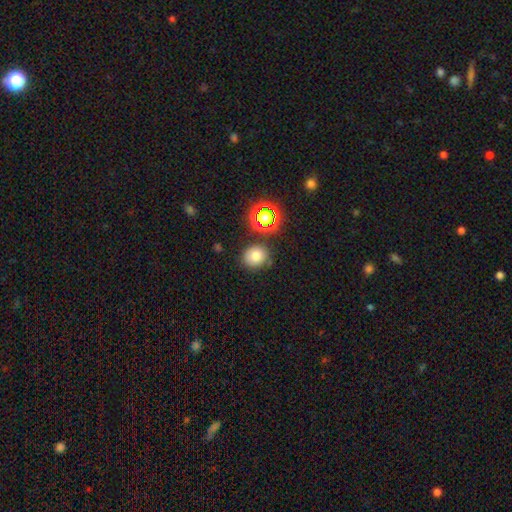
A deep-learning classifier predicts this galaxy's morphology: Overall: smooth (73%). How rounded: round (70%). Merging: none (77%).